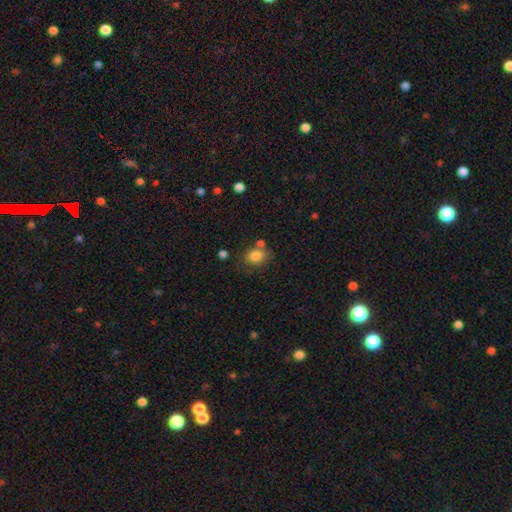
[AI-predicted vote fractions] The model was most divided on "how rounded": in between: 56%, round: 43%, cigar-shaped: 1%. More confident: smooth or featured — smooth (82%); merging — none (62%).